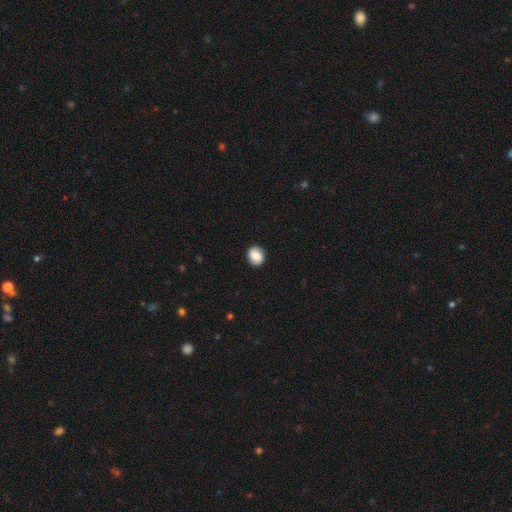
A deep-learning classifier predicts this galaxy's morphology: Q: Smooth or featured?
A: smooth (73%); runner-up: featured or disk (19%)
Q: How rounded?
A: round (66%); runner-up: in between (33%)
Q: Merging?
A: none (87%); runner-up: minor disturbance (10%)